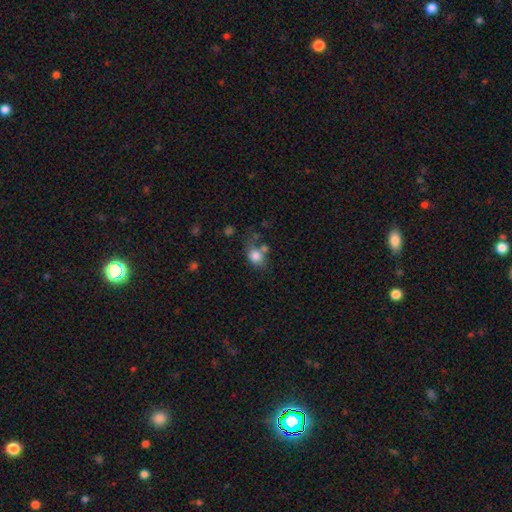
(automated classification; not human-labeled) smooth 79%, featured or disk 11%, star or artifact 10%. Down the decision tree: how rounded — in between (50%); merging — none (44%).